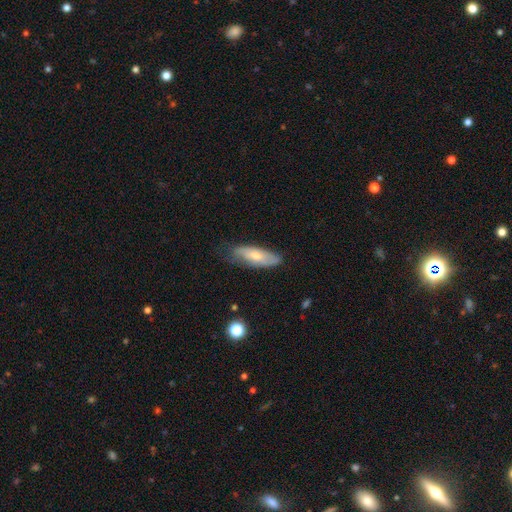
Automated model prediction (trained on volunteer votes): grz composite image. It shows a smooth galaxy with no disk features (62%) that is in between round and cigar-shaped (63%). Merging: none (63%).